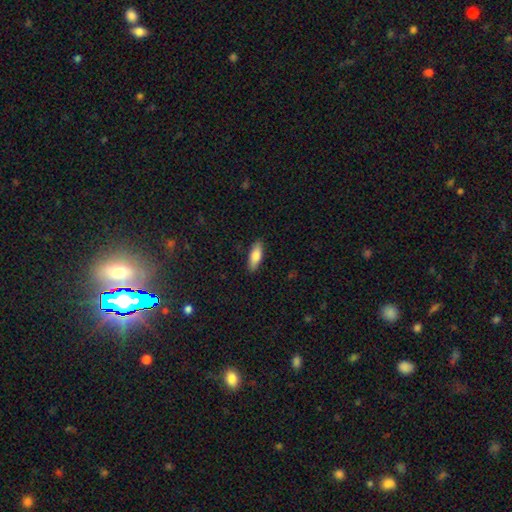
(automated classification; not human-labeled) The model was most divided on "how rounded": in between: 65%, cigar-shaped: 33%, round: 2%. More confident: merging — none (88%); smooth or featured — smooth (78%).